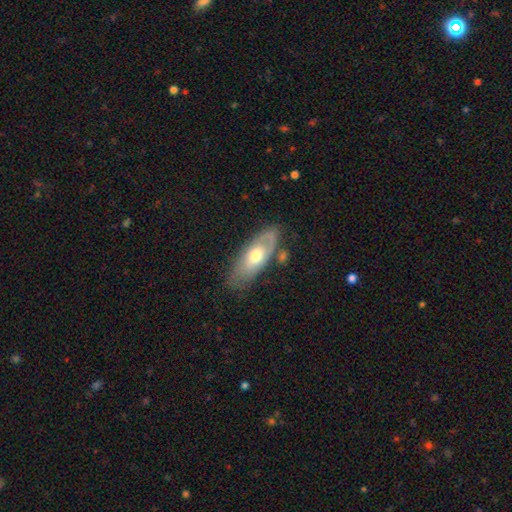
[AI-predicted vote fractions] Q: Smooth or featured?
A: featured or disk (49%); runner-up: smooth (45%)
Q: Merging?
A: none (67%); runner-up: minor disturbance (21%)